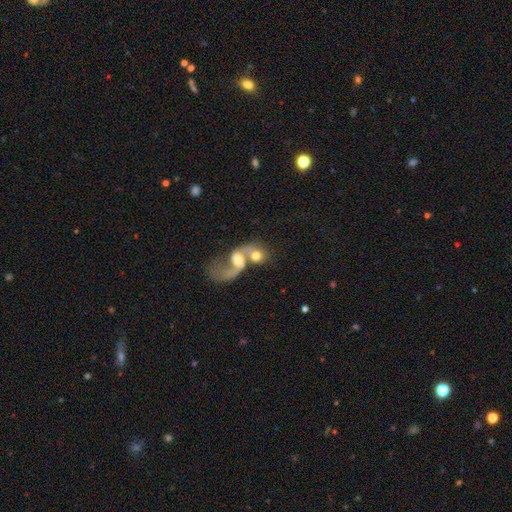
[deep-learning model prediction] Smooth or featured?
  - featured or disk: 46% *
  - smooth: 45%
  - star or artifact: 9%
Merging?
  - merger: 74% *
  - none: 11%
  - major disturbance: 11%
  - minor disturbance: 4%